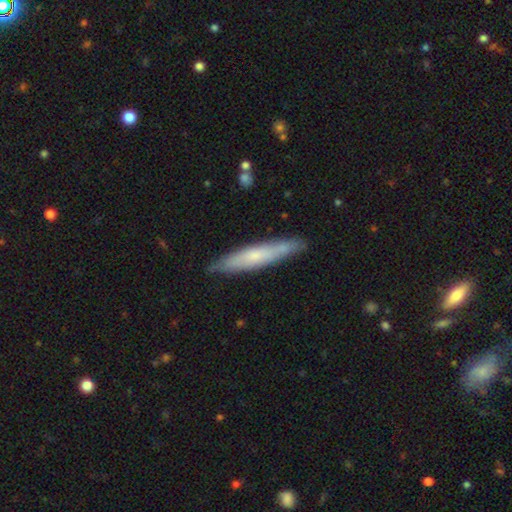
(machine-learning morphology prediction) This appears to be a smooth galaxy with no disk features (55%) that is cigar-shaped (91%). Merging: none (85%).